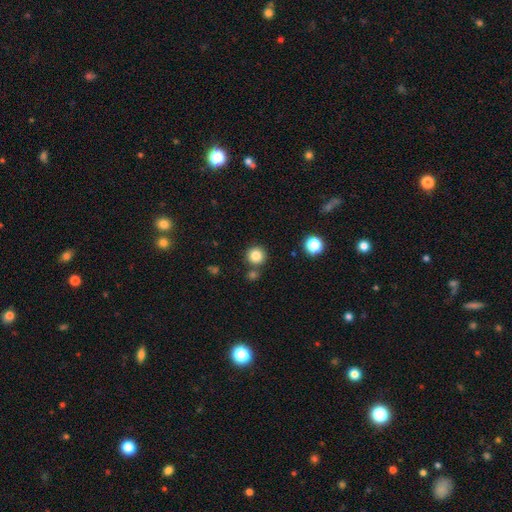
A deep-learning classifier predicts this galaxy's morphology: smooth 84%, star or artifact 12%, featured or disk 5%. Down the decision tree: how rounded — round (95%); merging — none (80%).